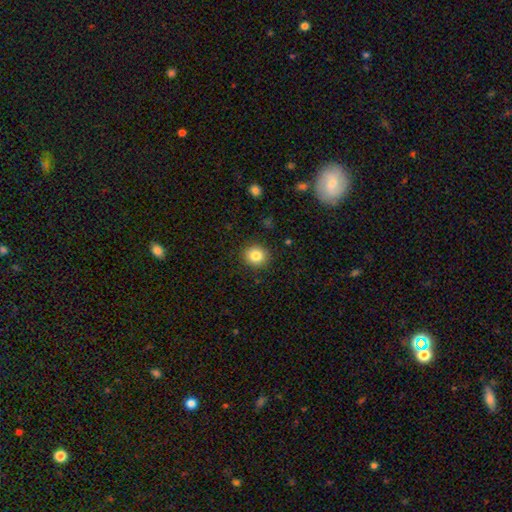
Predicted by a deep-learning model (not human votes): The model was most divided on "how rounded": round: 83%, in between: 17%, cigar-shaped: 1%. More confident: merging — none (90%); smooth or featured — smooth (84%).